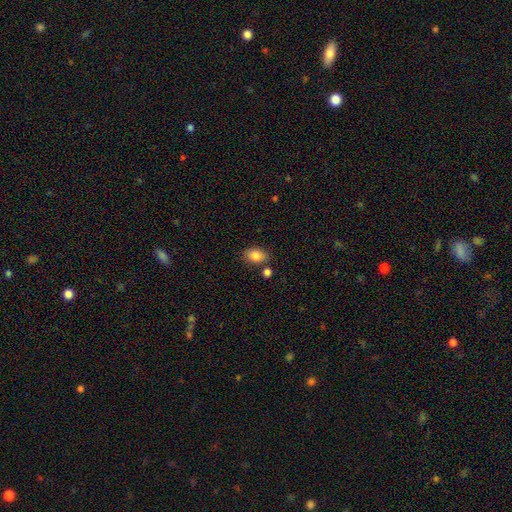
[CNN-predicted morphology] smooth 84%, star or artifact 8%, featured or disk 7%. Down the decision tree: how rounded — in between (81%); merging — none (75%).